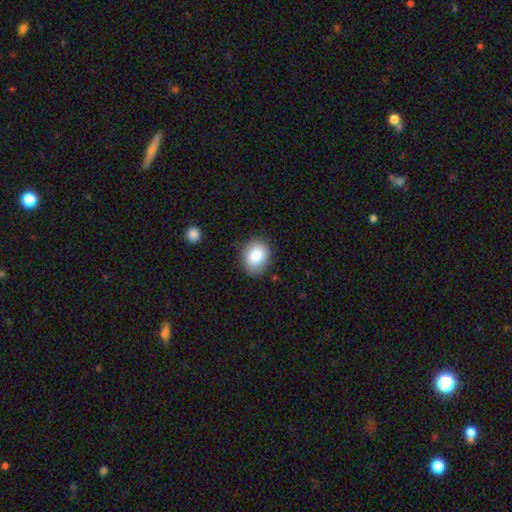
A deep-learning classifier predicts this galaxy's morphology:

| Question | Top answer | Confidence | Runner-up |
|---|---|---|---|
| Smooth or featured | smooth | 82% | featured or disk (9%) |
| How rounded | round | 53% | in between (47%) |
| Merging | none | 85% | minor disturbance (11%) |